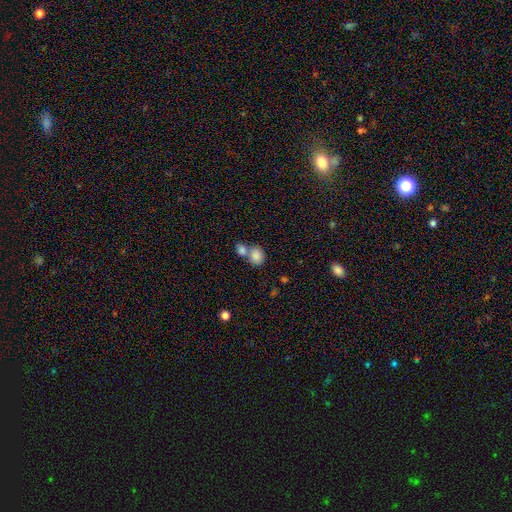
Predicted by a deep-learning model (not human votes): Smooth or featured? smooth (84%)
How rounded? round (53%)
Merging? merger (55%)